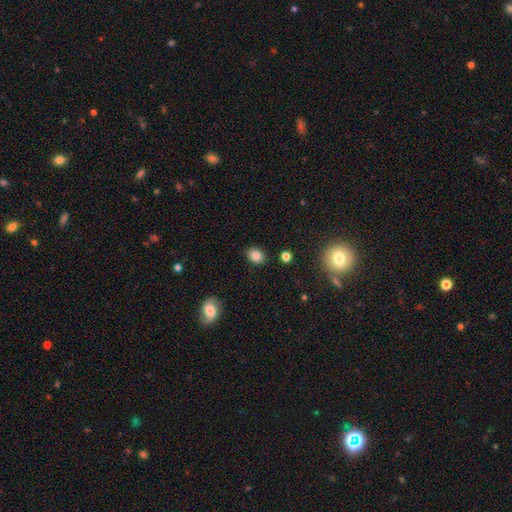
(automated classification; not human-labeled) Q: Smooth or featured?
A: smooth (84%); runner-up: star or artifact (11%)
Q: How rounded?
A: round (51%); runner-up: in between (48%)
Q: Merging?
A: none (87%); runner-up: minor disturbance (8%)